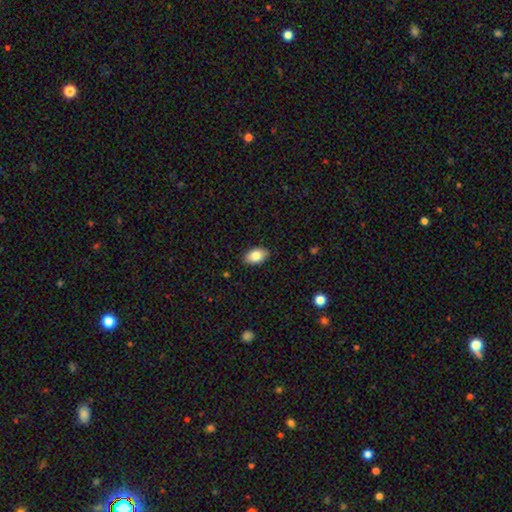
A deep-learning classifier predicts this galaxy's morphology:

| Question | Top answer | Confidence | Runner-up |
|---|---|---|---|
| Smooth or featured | smooth | 82% | featured or disk (10%) |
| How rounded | in between | 92% | round (7%) |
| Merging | none | 89% | minor disturbance (8%) |